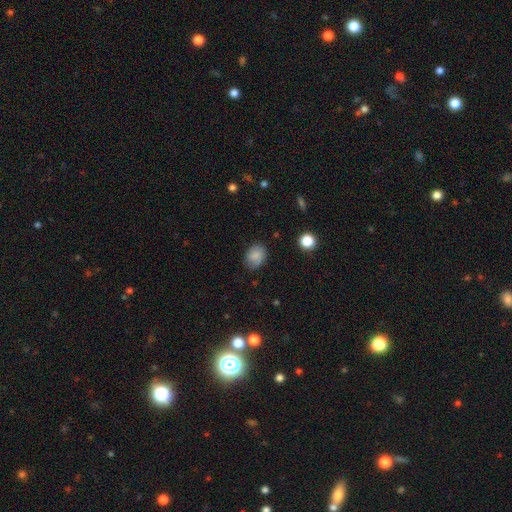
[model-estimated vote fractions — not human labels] A smooth galaxy with no disk features (81%) that is in between round and cigar-shaped (69%). Merging: none (75%).